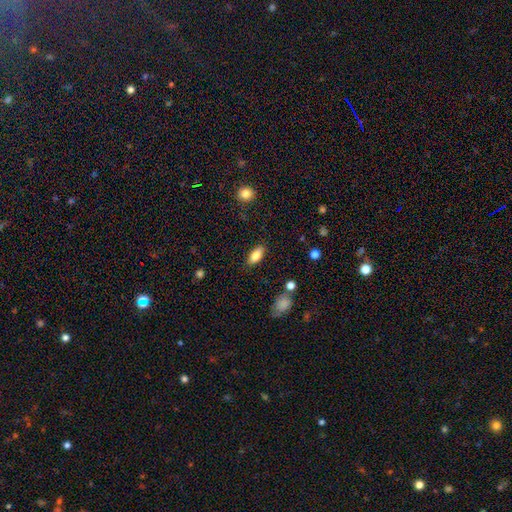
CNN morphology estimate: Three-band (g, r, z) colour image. It shows a smooth galaxy with no disk features (80%) that is in between round and cigar-shaped (87%). Merging: none (85%).